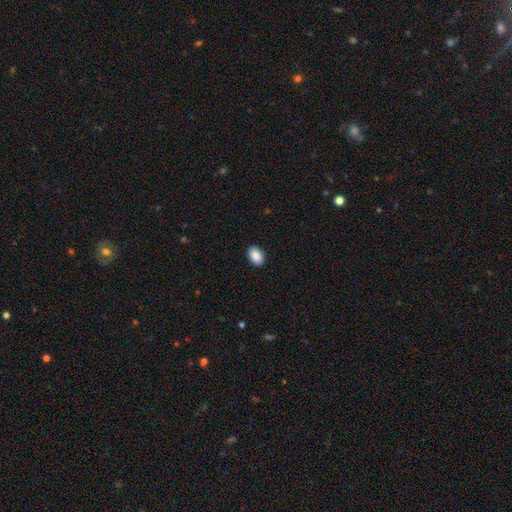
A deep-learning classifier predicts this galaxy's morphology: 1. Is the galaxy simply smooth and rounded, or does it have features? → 89% smooth, 7% star or artifact, 3% featured or disk.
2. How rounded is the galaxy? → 85% in between, 14% round, 1% cigar-shaped.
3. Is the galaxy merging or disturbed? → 90% none, 7% minor disturbance, 2% major disturbance, 1% merger.